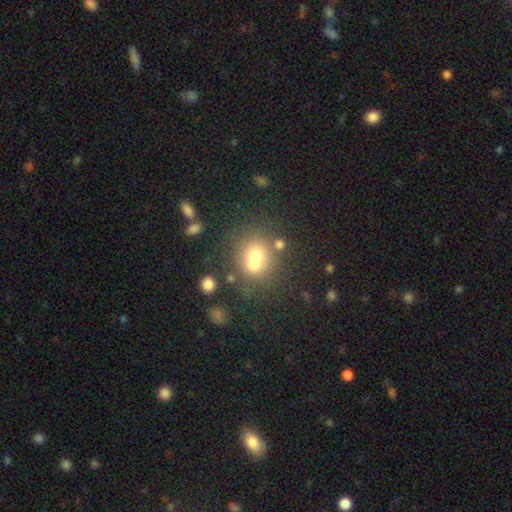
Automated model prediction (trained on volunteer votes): smooth_or_featured: smooth (p=0.63) [alt: featured or disk p=0.22]
how_rounded: round (p=0.78) [alt: in between p=0.21]
merging: merger (p=0.51) [alt: none p=0.37]